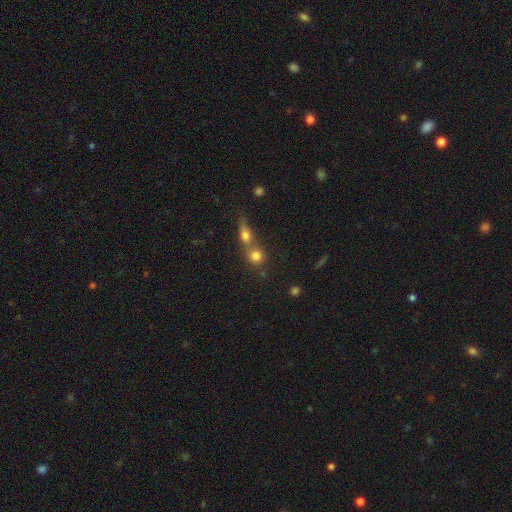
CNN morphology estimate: Smooth or featured? smooth (78%)
How rounded? round (84%)
Merging? merger (51%)